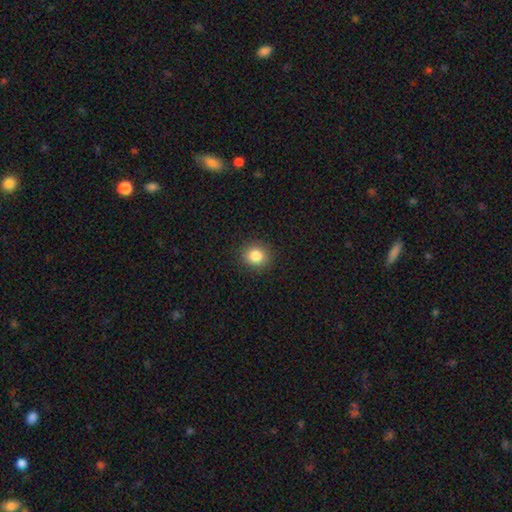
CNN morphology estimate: A smooth galaxy with no disk features (85%) that is round (86%).

Vote fractions:
- Smooth or featured? smooth: 85% / star or artifact: 10% / featured or disk: 5%
- How rounded? round: 86% / in between: 13% / cigar-shaped: 1%
- Merging? none: 91% / minor disturbance: 6% / major disturbance: 2% / merger: 1%